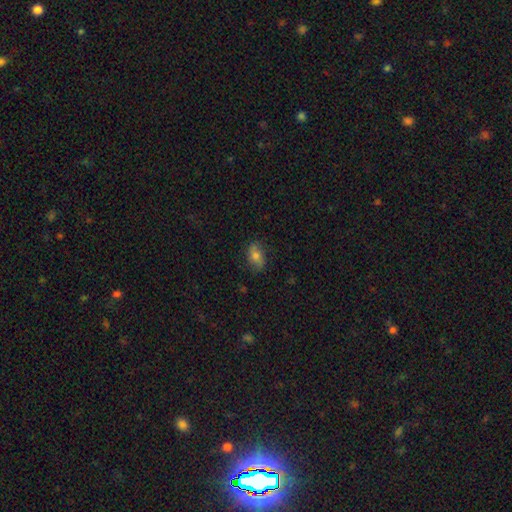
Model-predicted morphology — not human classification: Smooth or featured: smooth — 70% (featured or disk — 21%)
How rounded: in between — 86% (round — 9%)
Merging: none — 78% (minor disturbance — 17%)